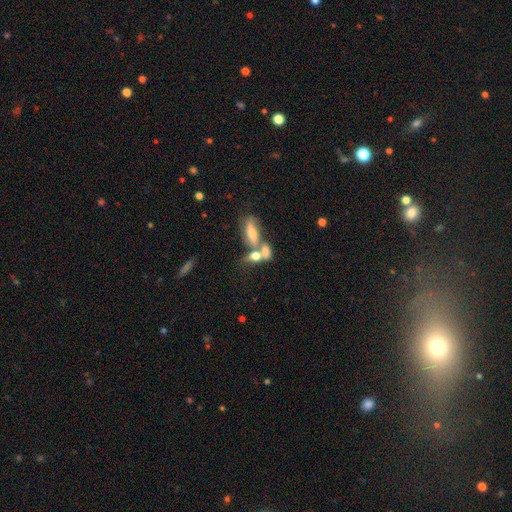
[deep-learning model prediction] Overall: smooth (63%; featured or disk 26%). How rounded: in between (72%). Merging: merger (61%; none 23%).